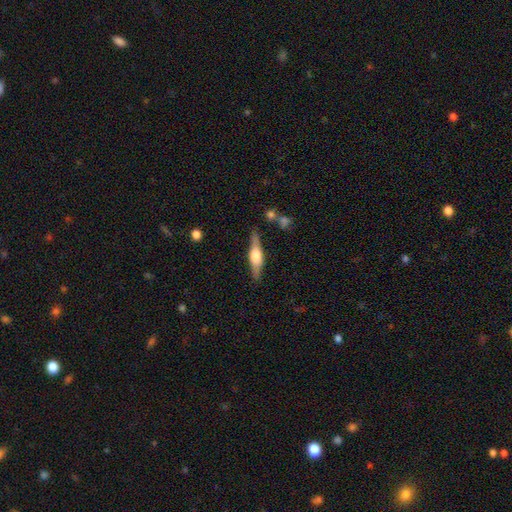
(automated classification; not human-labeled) Morphology: type=featured or disk (67%); edge-on=yes (96%); edge-on bulge=rounded (86%); merging=none (83%).